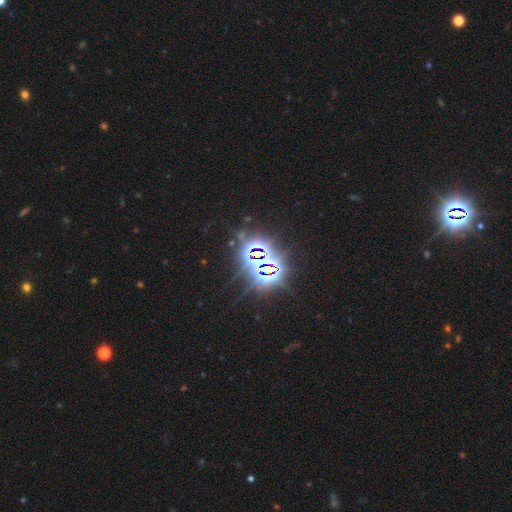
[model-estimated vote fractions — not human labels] smooth_or_featured: star or artifact (p=0.83) [alt: smooth p=0.09]